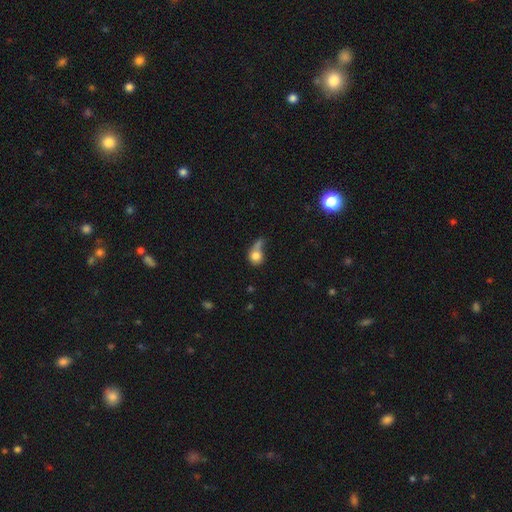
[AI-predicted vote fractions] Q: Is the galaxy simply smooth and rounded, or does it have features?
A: smooth — 76%.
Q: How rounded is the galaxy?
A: round — 69%.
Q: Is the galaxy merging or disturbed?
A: merger — 32%.